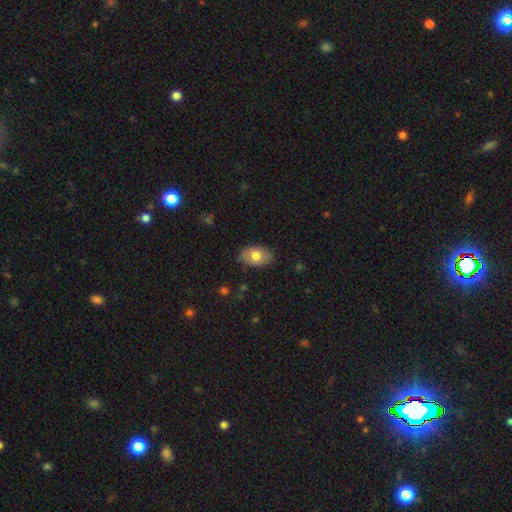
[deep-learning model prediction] Smooth or featured? smooth (69%)
How rounded? in between (89%)
Merging? none (81%)